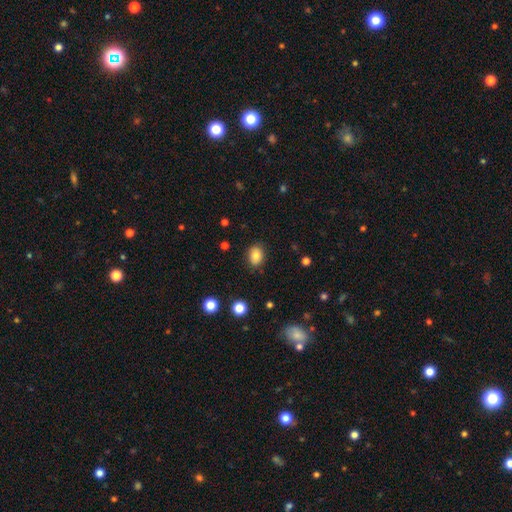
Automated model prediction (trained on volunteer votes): This is clearly a smooth galaxy (82%). How rounded: likely in between (62%). Merging: clearly none (86%).